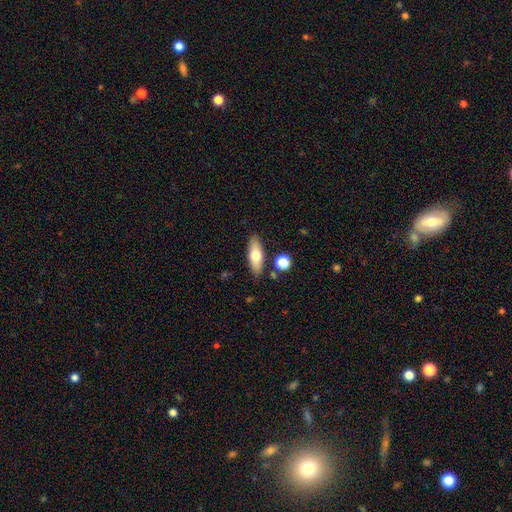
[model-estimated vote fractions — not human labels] The model was most divided on "how rounded": in between: 68%, cigar-shaped: 29%, round: 3%. More confident: merging — none (85%); smooth or featured — smooth (67%).